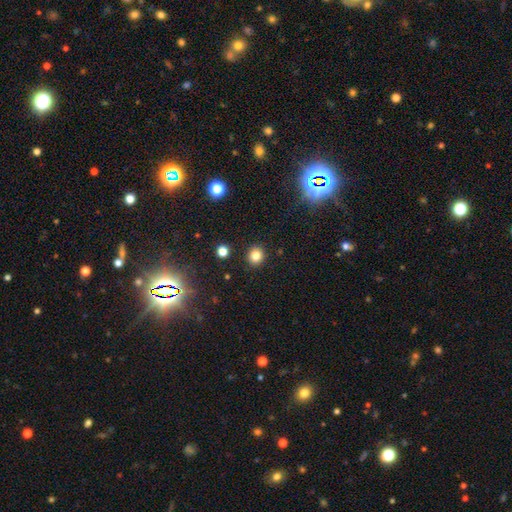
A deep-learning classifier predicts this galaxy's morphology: This appears to be a smooth galaxy with no disk features (81%) that is round (85%). Merging: none (91%).